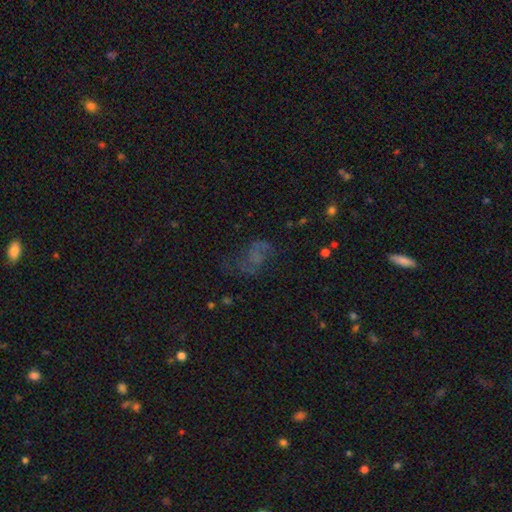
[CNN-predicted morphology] smooth_or_featured: featured or disk (p=0.40) [alt: smooth p=0.32]
merging: none (p=0.44) [alt: major disturbance p=0.32]